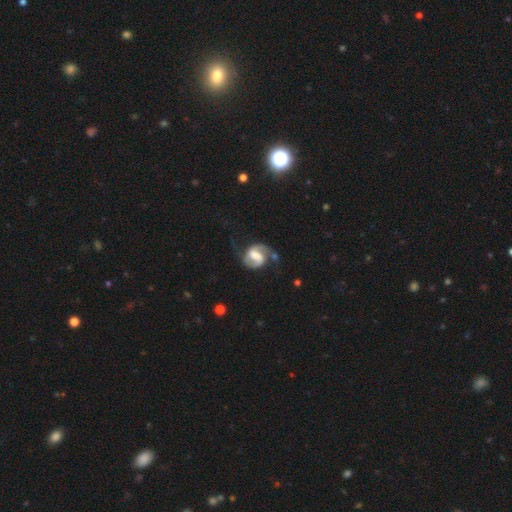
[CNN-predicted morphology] Q: Smooth or featured?
A: featured or disk (86%); runner-up: smooth (8%)
Q: Edge-on disk?
A: no (98%); runner-up: yes (2%)
Q: Bar?
A: weak (47%); runner-up: strong (37%)
Q: Spiral arms?
A: yes (96%); runner-up: no (4%)
Q: Spiral winding?
A: medium (54%); runner-up: loose (27%)
Q: Spiral arm count?
A: 2 (92%); runner-up: 1 (3%)
Q: Bulge size?
A: moderate (42%); runner-up: large (22%)
Q: Merging?
A: none (64%); runner-up: minor disturbance (19%)